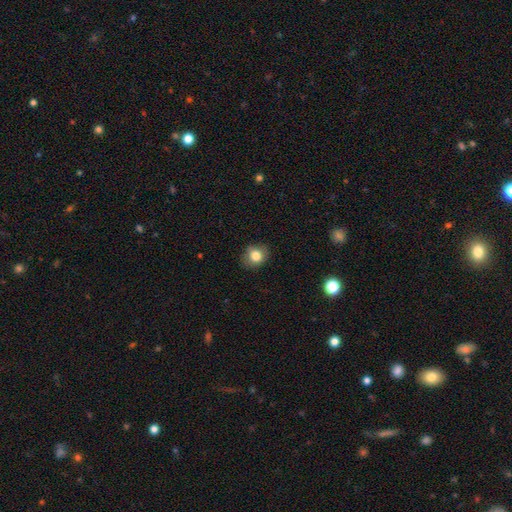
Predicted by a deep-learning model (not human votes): Smooth or featured? Predicted: smooth (p=0.81). How rounded? Predicted: round (p=0.66). Merging? Predicted: none (p=0.81).